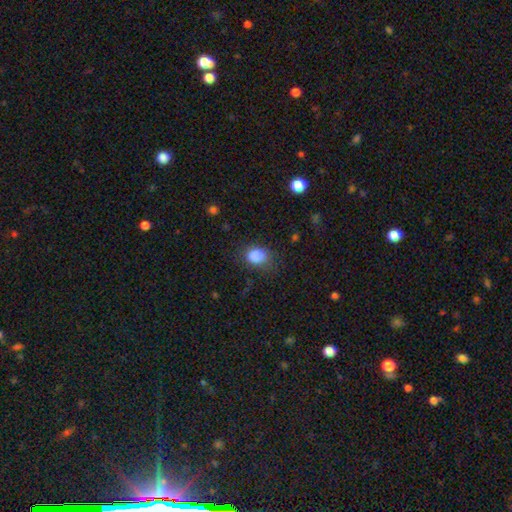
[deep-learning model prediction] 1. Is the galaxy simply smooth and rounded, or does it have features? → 86% smooth, 9% star or artifact, 5% featured or disk.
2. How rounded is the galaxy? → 60% in between, 39% round, 1% cigar-shaped.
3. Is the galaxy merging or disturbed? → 70% none, 20% minor disturbance, 8% major disturbance, 2% merger.